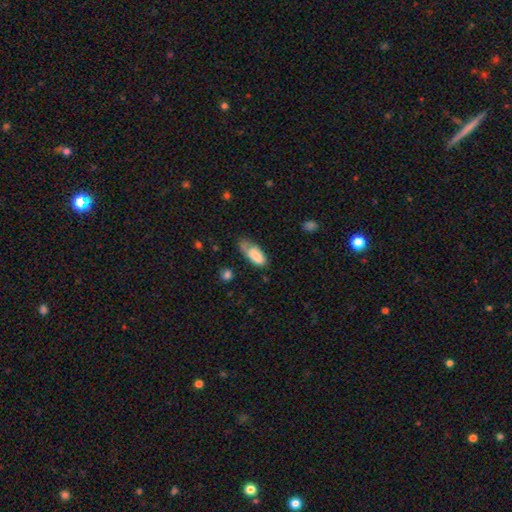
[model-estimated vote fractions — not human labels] Morphology: type=smooth (80%); roundness=in between (87%); merging=minor disturbance (38%).